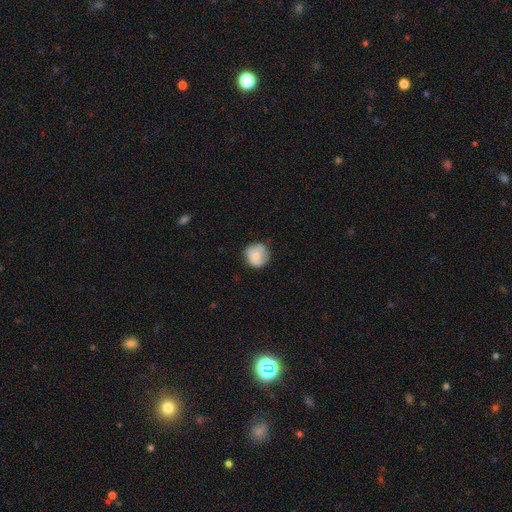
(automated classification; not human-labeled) smooth 68%, featured or disk 24%, star or artifact 8%. Down the decision tree: how rounded — round (89%); merging — none (70%).